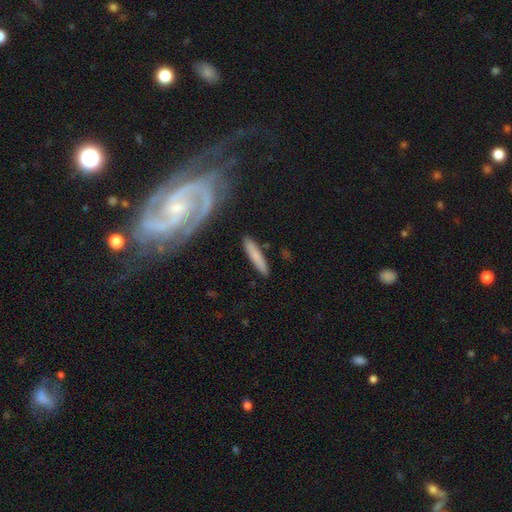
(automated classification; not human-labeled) smooth_or_featured: smooth (p=0.68) [alt: featured or disk p=0.26]
how_rounded: cigar-shaped (p=0.89) [alt: in between p=0.10]
merging: none (p=0.84) [alt: minor disturbance p=0.10]